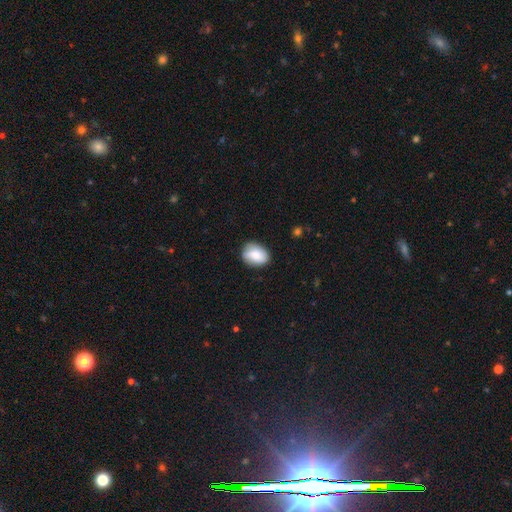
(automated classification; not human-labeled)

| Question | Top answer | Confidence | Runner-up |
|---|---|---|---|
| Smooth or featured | smooth | 76% | featured or disk (17%) |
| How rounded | in between | 69% | round (29%) |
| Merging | none | 75% | minor disturbance (20%) |